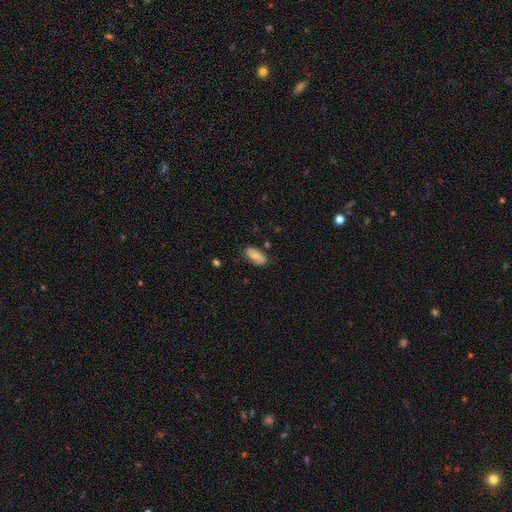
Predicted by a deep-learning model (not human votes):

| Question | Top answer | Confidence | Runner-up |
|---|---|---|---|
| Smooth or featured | smooth | 69% | featured or disk (24%) |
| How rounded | in between | 90% | cigar-shaped (7%) |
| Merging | none | 76% | minor disturbance (17%) |